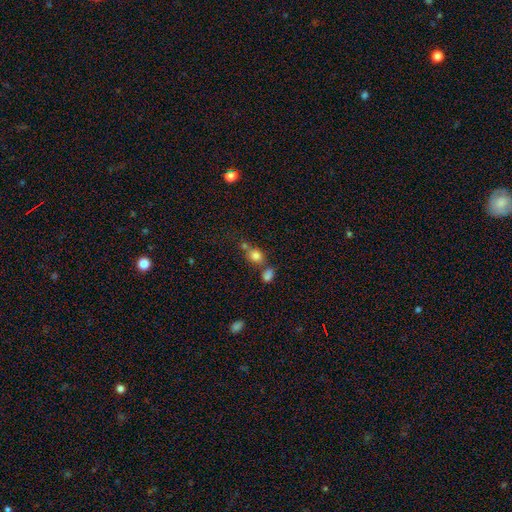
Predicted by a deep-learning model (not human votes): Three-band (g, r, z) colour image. It shows a smooth galaxy with no disk features (79%) that is round (63%). Merging: none (49%).